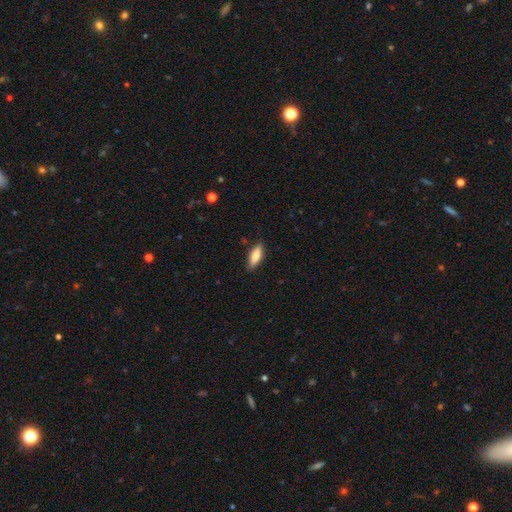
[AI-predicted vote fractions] Q: Smooth or featured?
A: smooth (77%); runner-up: featured or disk (17%)
Q: How rounded?
A: in between (59%); runner-up: cigar-shaped (39%)
Q: Merging?
A: none (86%); runner-up: minor disturbance (11%)